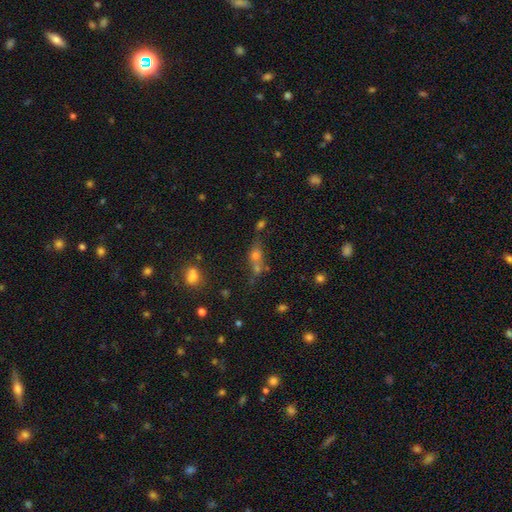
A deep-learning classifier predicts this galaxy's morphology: The model was most divided on "merging": none: 40%, merger: 39%, minor disturbance: 13%, major disturbance: 9%. More confident: smooth or featured — smooth (57%); how rounded — in between (51%).